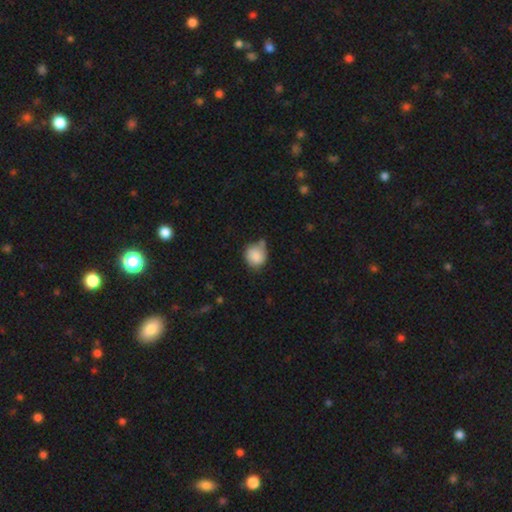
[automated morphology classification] Smooth or featured? smooth (82%)
How rounded? round (79%)
Merging? none (48%)